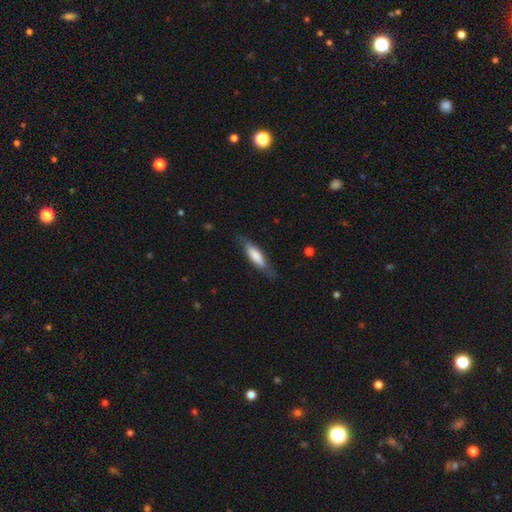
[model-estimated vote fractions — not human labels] This is likely a smooth galaxy (67%). How rounded: likely cigar-shaped (64%). Merging: likely none (76%).